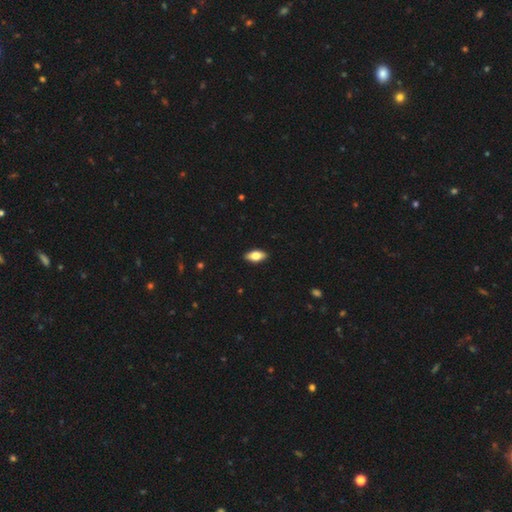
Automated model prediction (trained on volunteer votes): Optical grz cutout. It shows a smooth galaxy with no disk features (71%) that is in between round and cigar-shaped (87%). Merging: none (90%).